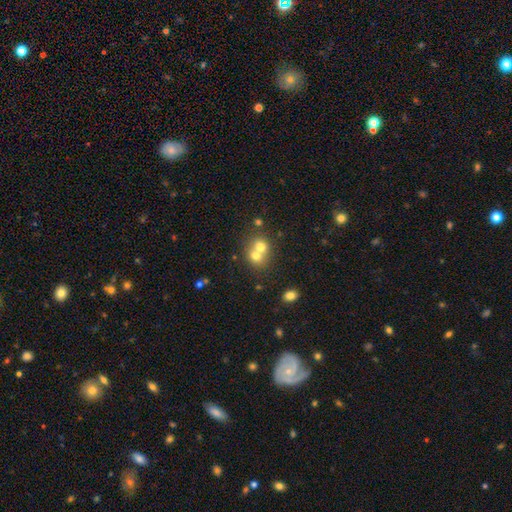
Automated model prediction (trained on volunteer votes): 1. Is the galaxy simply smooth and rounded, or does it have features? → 68% smooth, 19% featured or disk, 12% star or artifact.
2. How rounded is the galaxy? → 71% round, 28% in between, 1% cigar-shaped.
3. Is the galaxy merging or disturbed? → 66% merger, 27% none, 5% minor disturbance, 2% major disturbance.